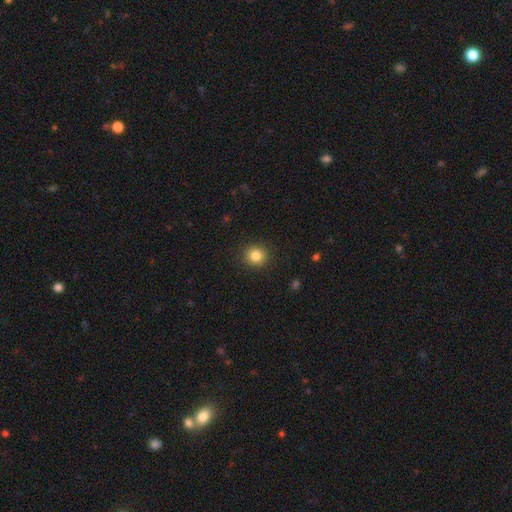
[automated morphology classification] Smooth or featured?
  - smooth: 83% *
  - star or artifact: 11%
  - featured or disk: 6%
How rounded?
  - round: 90% *
  - in between: 9%
  - cigar-shaped: 1%
Merging?
  - none: 91% *
  - minor disturbance: 6%
  - major disturbance: 2%
  - merger: 1%